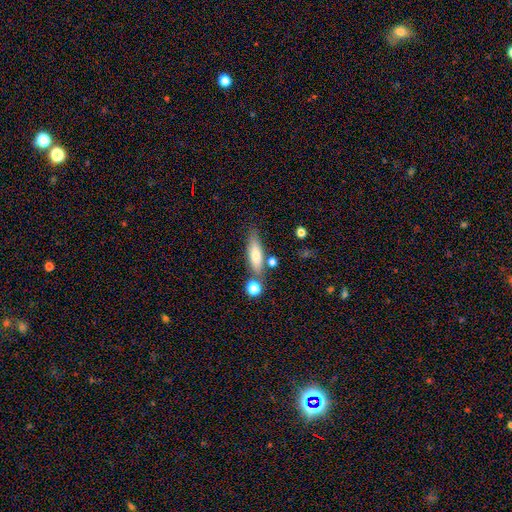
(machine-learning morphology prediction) smooth 70%, featured or disk 23%, star or artifact 7%. Down the decision tree: how rounded — cigar-shaped (55%); merging — none (69%).